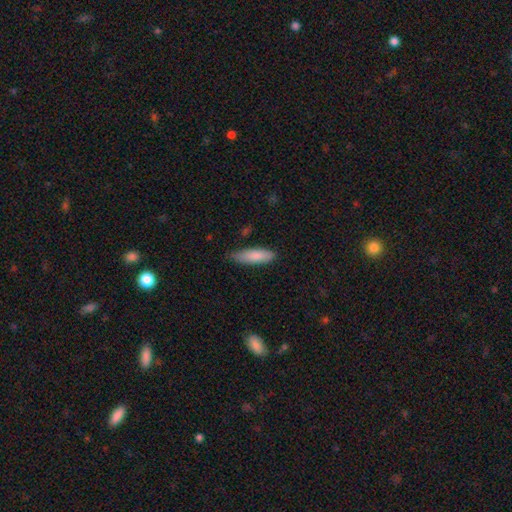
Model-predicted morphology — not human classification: The model was most divided on "how rounded": cigar-shaped: 56%, in between: 42%, round: 2%. More confident: smooth or featured — smooth (83%); merging — none (74%).